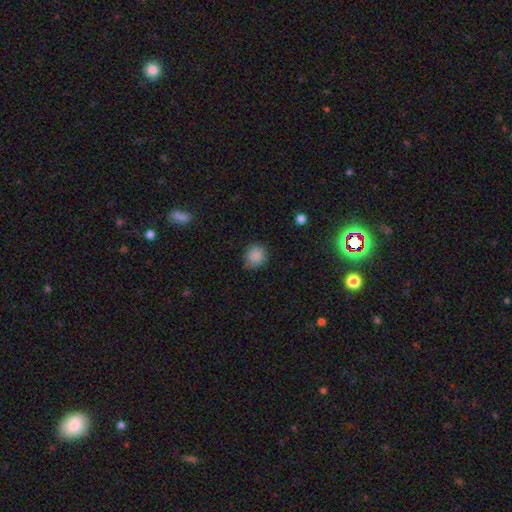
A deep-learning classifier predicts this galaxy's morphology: smooth_or_featured: smooth (p=0.86) [alt: star or artifact p=0.10]
how_rounded: round (p=0.88) [alt: in between p=0.11]
merging: none (p=0.78) [alt: minor disturbance p=0.18]